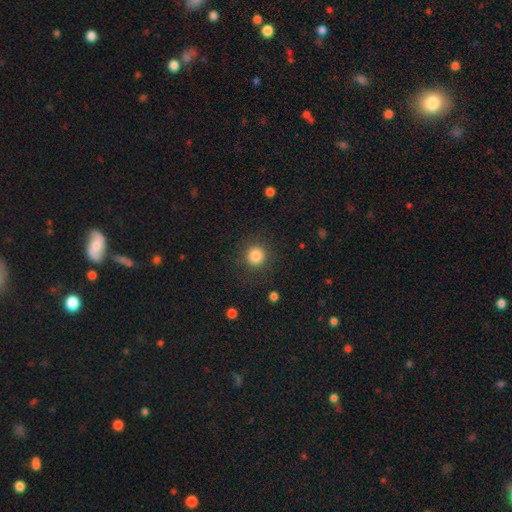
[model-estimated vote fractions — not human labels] smooth_or_featured: smooth (p=0.84) [alt: star or artifact p=0.11]
how_rounded: round (p=0.93) [alt: in between p=0.06]
merging: none (p=0.88) [alt: minor disturbance p=0.07]